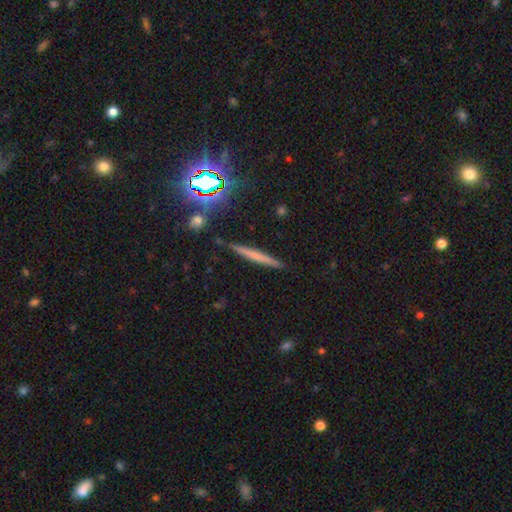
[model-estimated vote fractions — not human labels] Smooth or featured?
  - smooth: 50% *
  - featured or disk: 37%
  - star or artifact: 13%
How rounded?
  - cigar-shaped: 94% *
  - in between: 3%
  - round: 3%
Merging?
  - none: 89% *
  - minor disturbance: 8%
  - merger: 2%
  - major disturbance: 2%